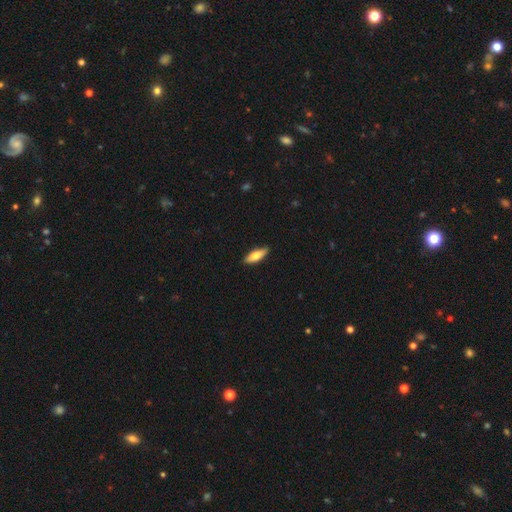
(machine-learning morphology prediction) A smooth galaxy with no disk features (72%) that is in between round and cigar-shaped (60%). Merging: none (88%).